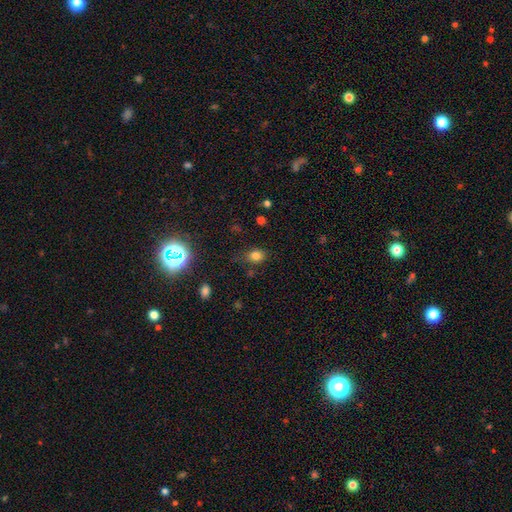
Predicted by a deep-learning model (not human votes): smooth-or-featured: smooth: 77% | star or artifact: 17% | featured or disk: 6%
  how-rounded: in between: 50% | round: 49% | cigar-shaped: 1%
  merging: none: 71% | minor disturbance: 19% | major disturbance: 6% | merger: 3%